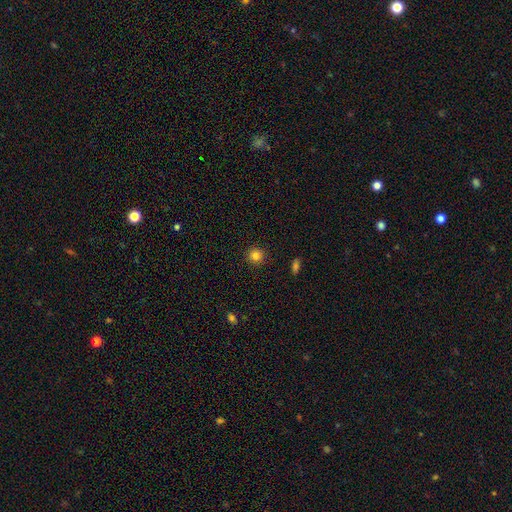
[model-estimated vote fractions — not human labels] A smooth galaxy with no disk features (83%) that is round (93%).

Vote fractions:
- Smooth or featured? smooth: 83% / star or artifact: 12% / featured or disk: 5%
- How rounded? round: 93% / in between: 6% / cigar-shaped: 1%
- Merging? none: 92% / minor disturbance: 5% / major disturbance: 2% / merger: 1%